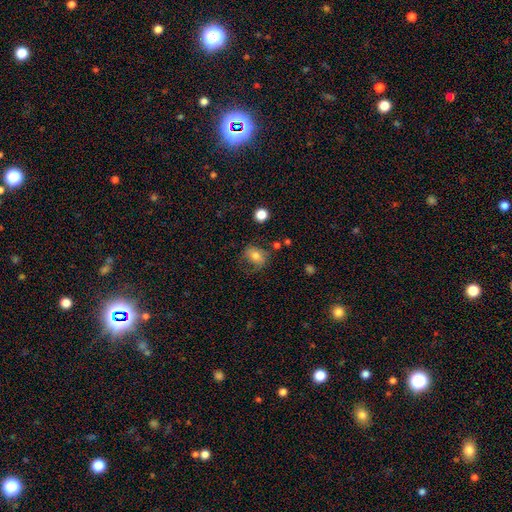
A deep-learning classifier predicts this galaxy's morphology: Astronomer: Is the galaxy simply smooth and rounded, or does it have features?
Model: smooth — 69%.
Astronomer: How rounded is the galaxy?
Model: in between — 60% (runner-up: round, 38%).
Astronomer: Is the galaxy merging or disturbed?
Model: none — 54%.